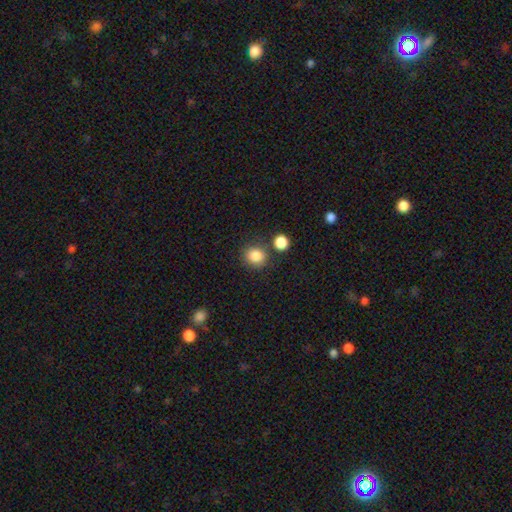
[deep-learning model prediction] A smooth galaxy with no disk features (86%) that is round (85%).

Vote fractions:
- Smooth or featured? smooth: 86% / star or artifact: 10% / featured or disk: 4%
- How rounded? round: 85% / in between: 14% / cigar-shaped: 1%
- Merging? none: 77% / merger: 10% / minor disturbance: 10% / major disturbance: 3%